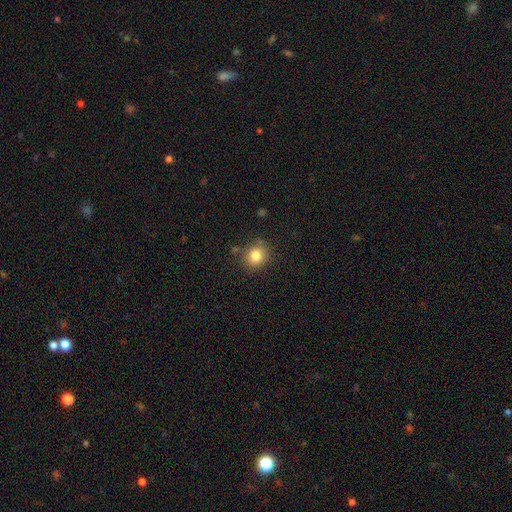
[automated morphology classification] A smooth galaxy with no disk features (82%) that is round (83%). Merging: none (83%).